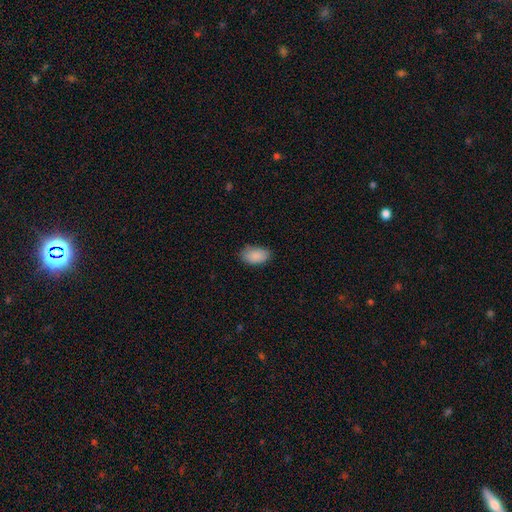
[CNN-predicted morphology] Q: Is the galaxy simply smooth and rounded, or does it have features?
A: smooth — 89%.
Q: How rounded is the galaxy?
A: in between — 93%.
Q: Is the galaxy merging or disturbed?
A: none — 80%.